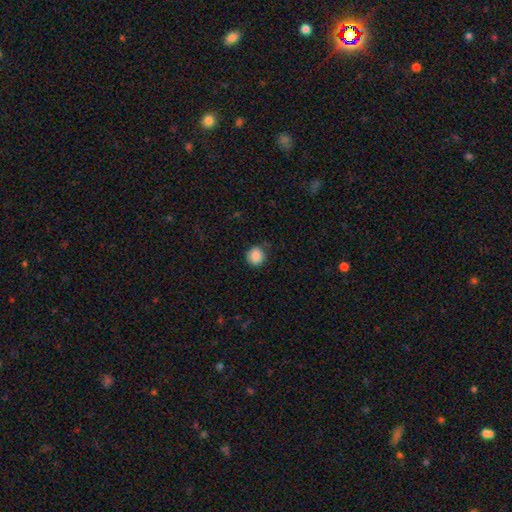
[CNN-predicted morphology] This is clearly a smooth galaxy (88%). How rounded: clearly round (90%). Merging: clearly none (82%).